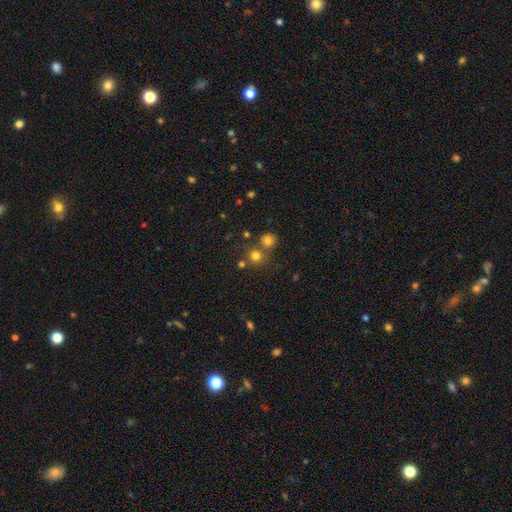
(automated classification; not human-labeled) Smooth or featured? Predicted: smooth (p=0.74). How rounded? Predicted: round (p=0.89). Merging? Predicted: none (p=0.63).